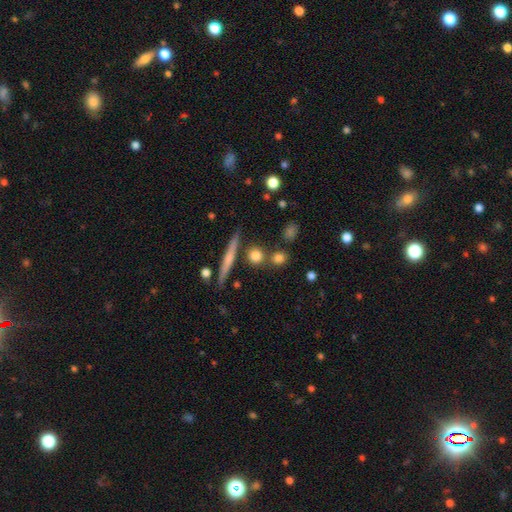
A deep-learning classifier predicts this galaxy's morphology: The model was most divided on "smooth or featured": smooth: 75%, featured or disk: 15%, star or artifact: 10%. More confident: how rounded — round (77%); merging — none (74%).